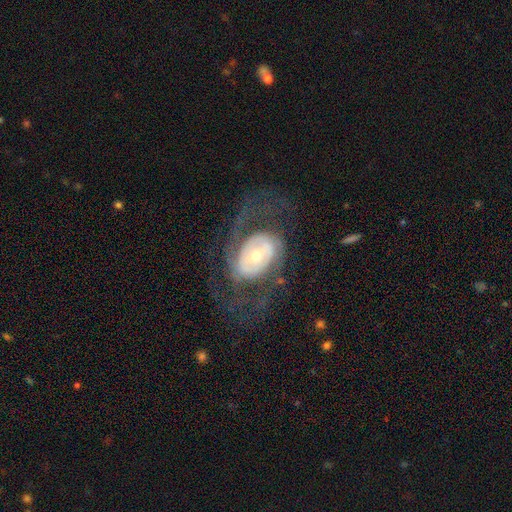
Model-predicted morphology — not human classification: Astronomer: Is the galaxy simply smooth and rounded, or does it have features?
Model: featured or disk — 79%.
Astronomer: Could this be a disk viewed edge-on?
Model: no — 95%.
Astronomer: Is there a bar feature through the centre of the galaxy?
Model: no — 56%.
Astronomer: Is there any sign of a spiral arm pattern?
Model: yes — 73%.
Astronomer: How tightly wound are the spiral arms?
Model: medium — 39% (runner-up: tight, 34%).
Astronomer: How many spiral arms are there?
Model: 2 — 65%.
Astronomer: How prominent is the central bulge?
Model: moderate — 54% (runner-up: small, 38%).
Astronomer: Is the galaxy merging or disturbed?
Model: none — 59%.